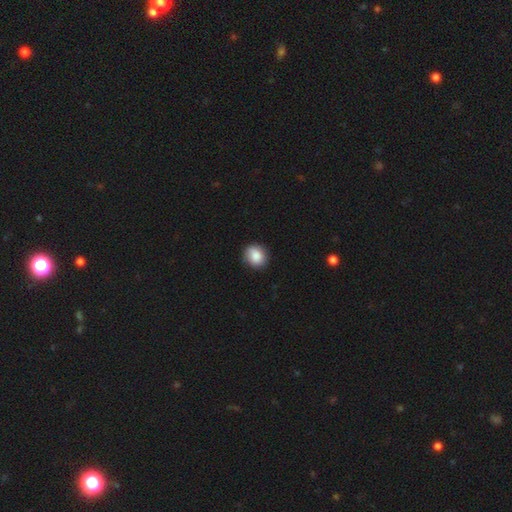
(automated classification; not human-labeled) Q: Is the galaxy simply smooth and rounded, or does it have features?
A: smooth — 86%.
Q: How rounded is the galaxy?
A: round — 70%.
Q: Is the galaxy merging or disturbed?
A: none — 84%.